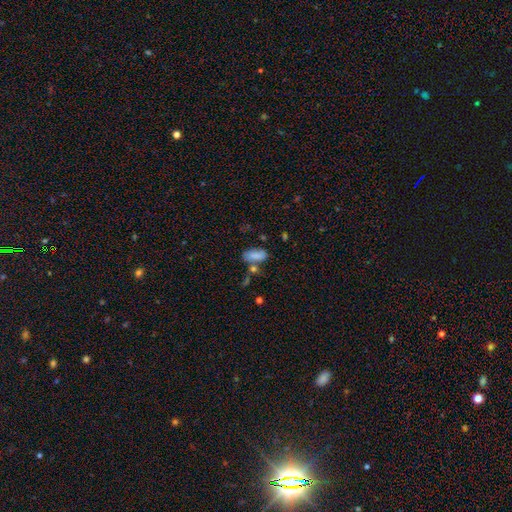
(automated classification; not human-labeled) smooth-or-featured: smooth: 80% | featured or disk: 12% | star or artifact: 9%
  how-rounded: in between: 87% | cigar-shaped: 9% | round: 4%
  merging: none: 55% | minor disturbance: 20% | merger: 17% | major disturbance: 7%